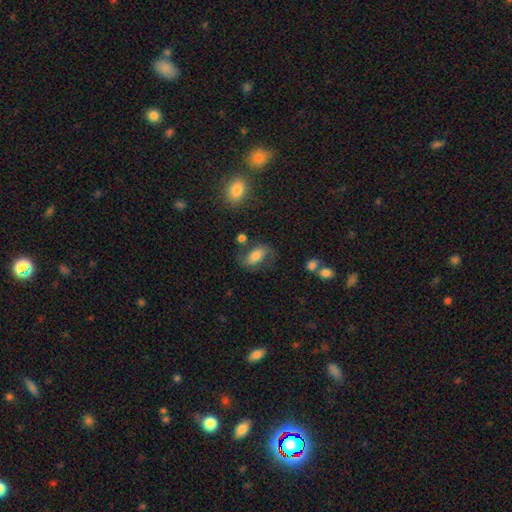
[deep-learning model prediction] Morphology: type=smooth (57%); roundness=in between (86%); merging=none (60%).